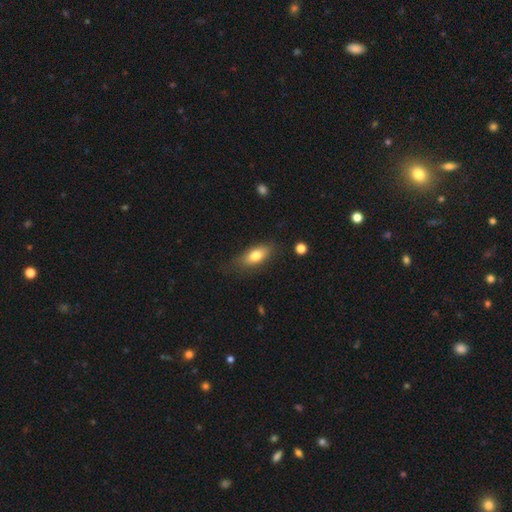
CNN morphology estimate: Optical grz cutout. It shows a smooth galaxy with no disk features (74%) that is in between round and cigar-shaped (81%). Merging: none (72%).